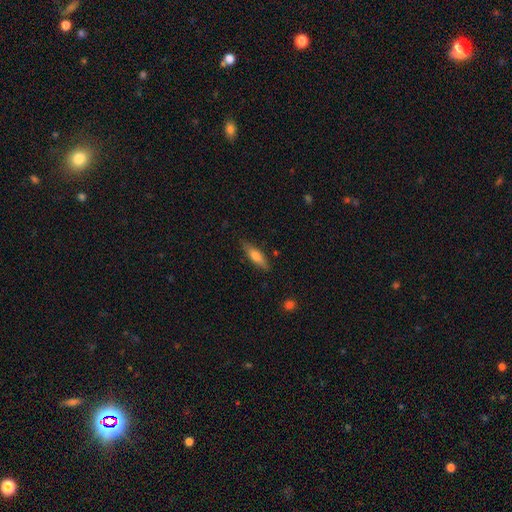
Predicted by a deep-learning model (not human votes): Q: Smooth or featured?
A: smooth (62%); runner-up: featured or disk (31%)
Q: How rounded?
A: cigar-shaped (59%); runner-up: in between (38%)
Q: Merging?
A: none (83%); runner-up: minor disturbance (13%)